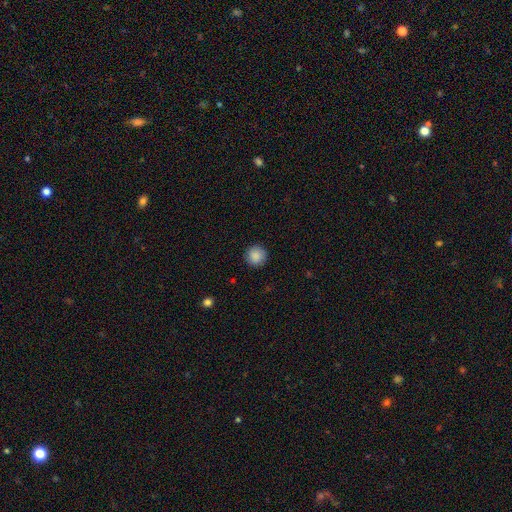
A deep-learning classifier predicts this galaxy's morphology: type=smooth (88%); roundness=round (95%); merging=none (91%).